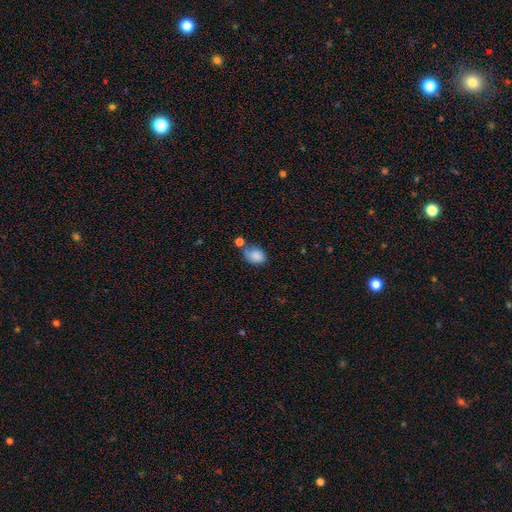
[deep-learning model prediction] smooth_or_featured: smooth (p=0.85) [alt: star or artifact p=0.08]
how_rounded: in between (p=0.72) [alt: round p=0.27]
merging: none (p=0.50) [alt: minor disturbance p=0.24]